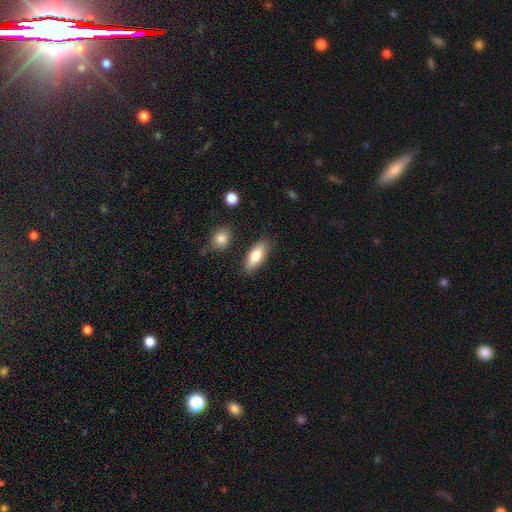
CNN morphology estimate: Smooth or featured: smooth — 78% (featured or disk — 16%)
How rounded: in between — 76% (cigar-shaped — 21%)
Merging: none — 84% (minor disturbance — 10%)